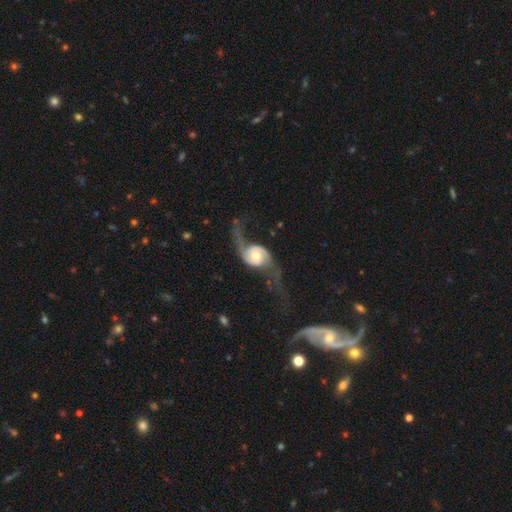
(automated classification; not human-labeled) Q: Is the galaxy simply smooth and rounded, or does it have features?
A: featured or disk — 86%.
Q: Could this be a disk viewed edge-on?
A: no — 96%.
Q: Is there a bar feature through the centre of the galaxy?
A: no — 65%.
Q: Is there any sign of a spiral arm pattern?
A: yes — 94%.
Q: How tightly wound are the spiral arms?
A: loose — 80%.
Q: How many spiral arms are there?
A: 2 — 92%.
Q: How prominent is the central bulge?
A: moderate — 67%.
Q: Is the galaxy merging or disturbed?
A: none — 46%.